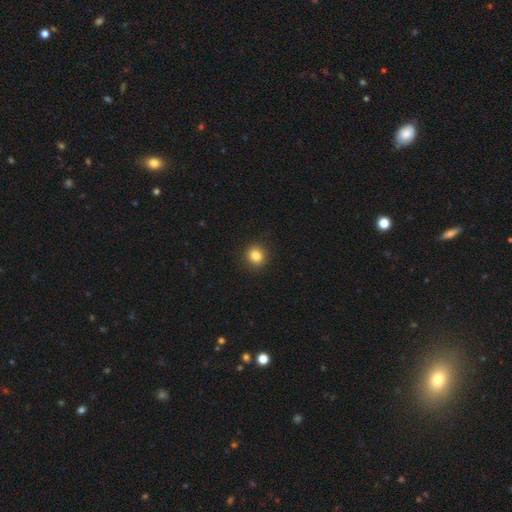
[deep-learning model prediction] Q: Smooth or featured?
A: smooth (84%); runner-up: star or artifact (11%)
Q: How rounded?
A: round (89%); runner-up: in between (10%)
Q: Merging?
A: none (92%); runner-up: minor disturbance (6%)